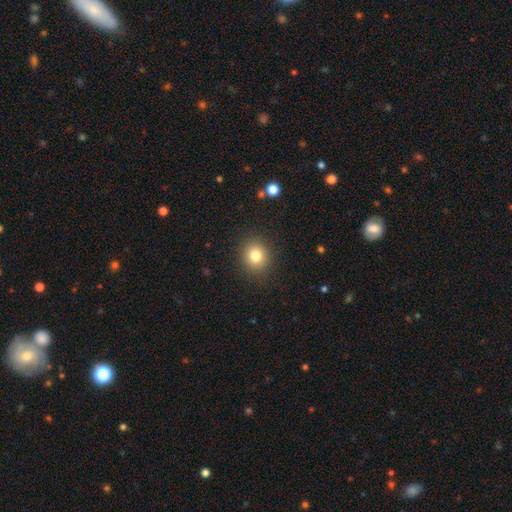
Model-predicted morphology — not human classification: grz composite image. It shows a smooth galaxy with no disk features (80%) that is round (82%). Merging: none (90%).